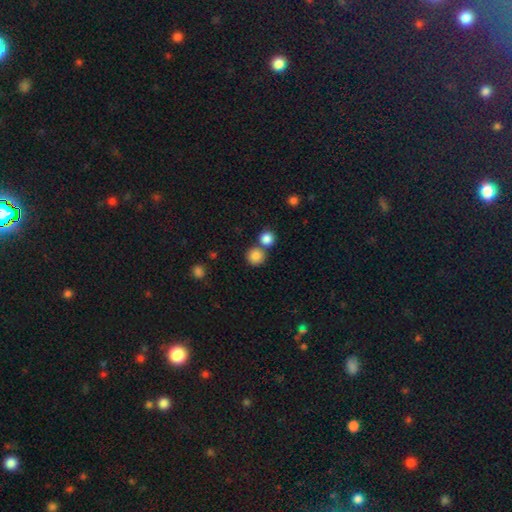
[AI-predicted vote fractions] smooth_or_featured: smooth (p=0.84) [alt: star or artifact p=0.11]
how_rounded: round (p=0.92) [alt: in between p=0.07]
merging: none (p=0.65) [alt: merger p=0.26]